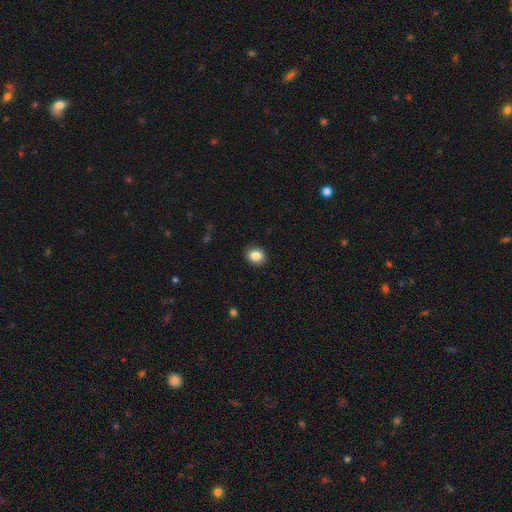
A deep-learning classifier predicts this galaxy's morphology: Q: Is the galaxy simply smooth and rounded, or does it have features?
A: smooth — 85%.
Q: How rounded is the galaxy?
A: round — 68%.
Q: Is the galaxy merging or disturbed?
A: none — 91%.